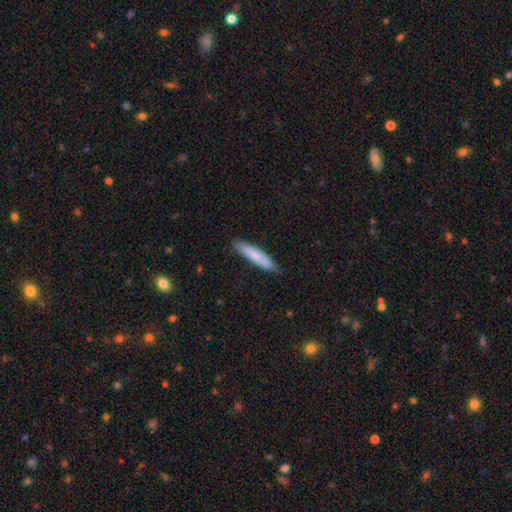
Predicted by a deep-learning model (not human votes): Morphology: type=smooth (74%); roundness=cigar-shaped (84%); merging=none (78%).